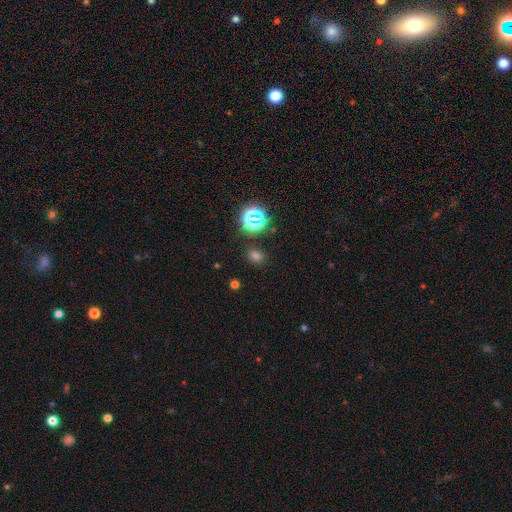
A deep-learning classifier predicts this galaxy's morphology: A smooth galaxy with no disk features (67%) that is in between round and cigar-shaped (58%). Merging: none (83%).